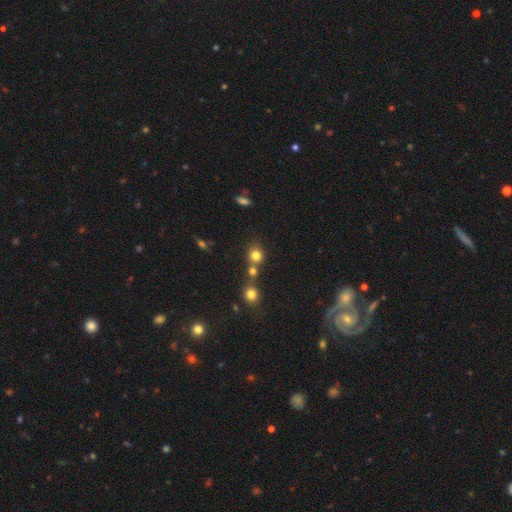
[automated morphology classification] Smooth or featured? smooth (78%)
How rounded? round (83%)
Merging? none (55%)